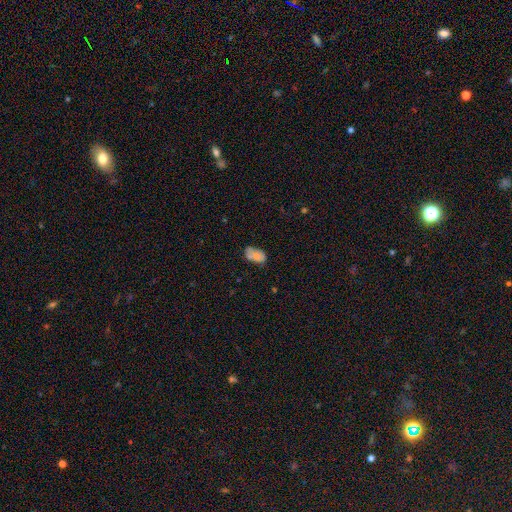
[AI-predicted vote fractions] smooth_or_featured: smooth (p=0.69) [alt: featured or disk p=0.22]
how_rounded: in between (p=0.92) [alt: round p=0.06]
merging: none (p=0.47) [alt: minor disturbance p=0.29]